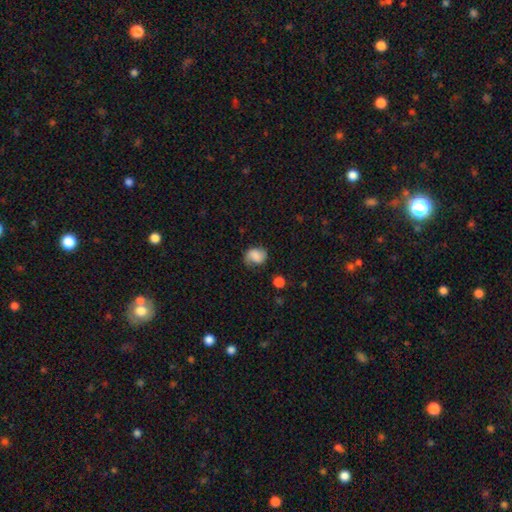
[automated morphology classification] smooth 64%, featured or disk 26%, star or artifact 10%. Down the decision tree: how rounded — round (53%); merging — none (60%).